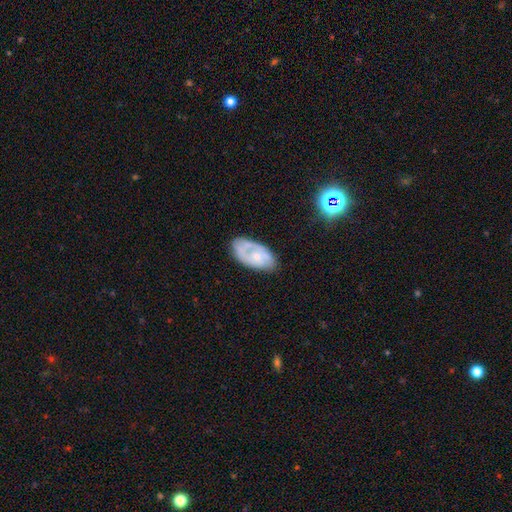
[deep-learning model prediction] This is possibly a featured or disk galaxy (60%). It is clearly not viewed edge-on (94%). Bar: likely no (80%). Spiral arm pattern: likely yes (60%). Central bulge: likely small (63%). Merging: possibly none (60%).